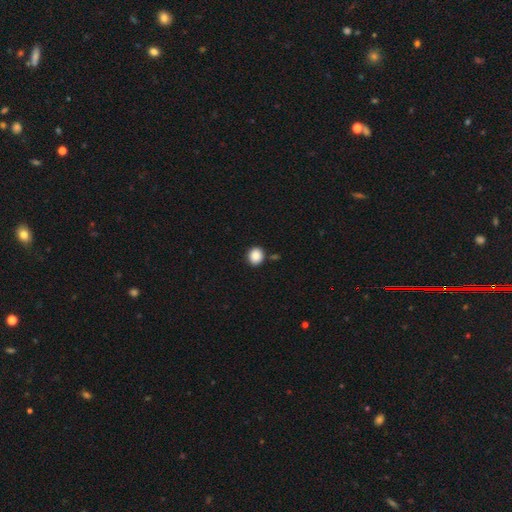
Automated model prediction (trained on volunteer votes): Smooth or featured?
  - smooth: 88% *
  - star or artifact: 9%
  - featured or disk: 3%
How rounded?
  - round: 78% *
  - in between: 21%
  - cigar-shaped: 1%
Merging?
  - none: 86% *
  - minor disturbance: 8%
  - merger: 4%
  - major disturbance: 2%